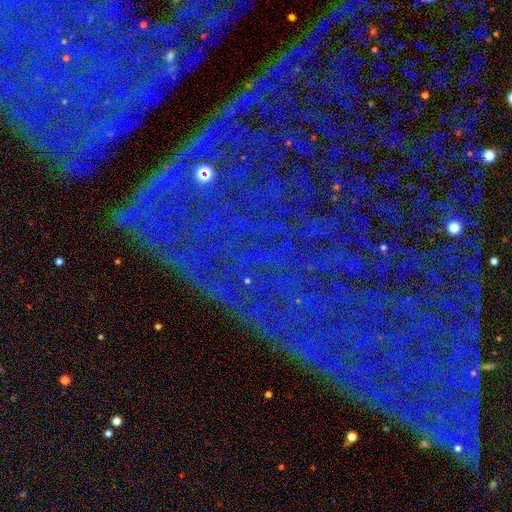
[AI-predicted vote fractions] star or artifact 84%, featured or disk 9%, smooth 7%.